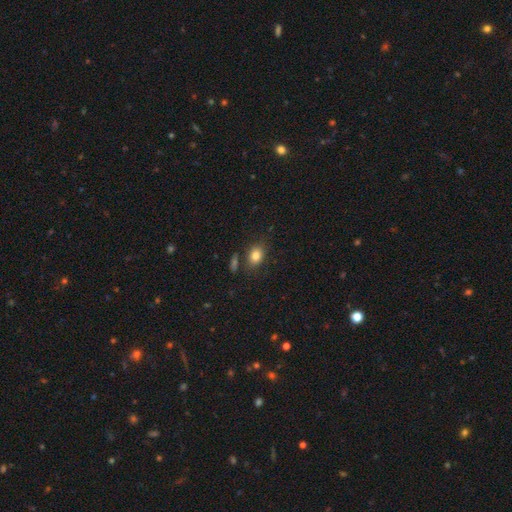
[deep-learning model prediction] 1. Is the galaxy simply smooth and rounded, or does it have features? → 82% smooth, 10% star or artifact, 8% featured or disk.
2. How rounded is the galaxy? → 68% in between, 30% round, 1% cigar-shaped.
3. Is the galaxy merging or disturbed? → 75% none, 14% minor disturbance, 7% merger, 4% major disturbance.